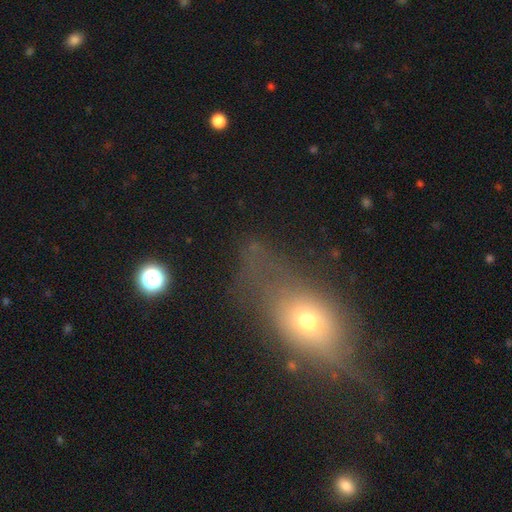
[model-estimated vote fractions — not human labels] smooth 52%, star or artifact 25%, featured or disk 24%. Down the decision tree: how rounded — in between (57%); merging — none (42%).